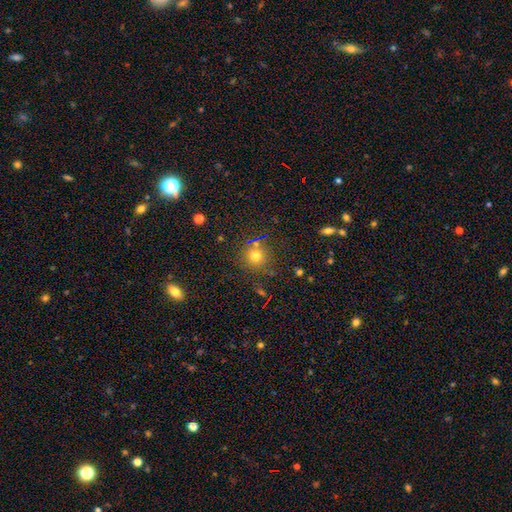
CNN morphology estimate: Overall: smooth (70%). How rounded: round (92%). Merging: none (80%).